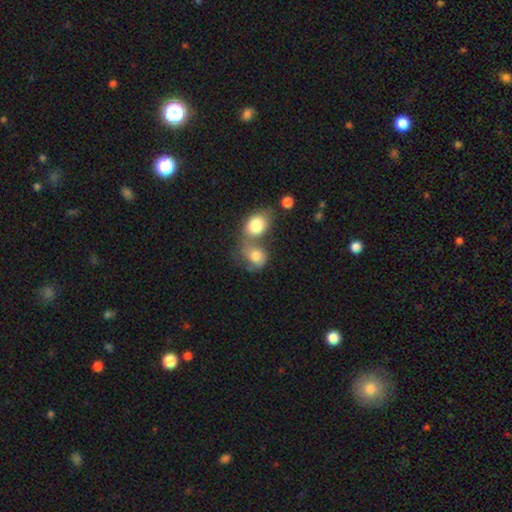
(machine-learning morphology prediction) type=smooth (73%); roundness=round (55%); merging=merger (63%).